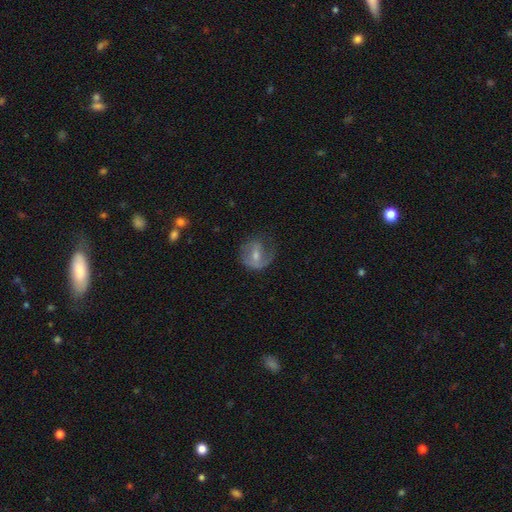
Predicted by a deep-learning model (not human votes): Overall: featured or disk (66%). Edge-on disk: no (96%). Bar: weak (46%; no 34%). Spiral arms: yes (80%). Spiral arm count: 1 (40%; 2 39%). Spiral winding: medium (41%; tight 34%). Bulge size: moderate (48%; small 46%). Merging: none (55%; minor disturbance 23%).